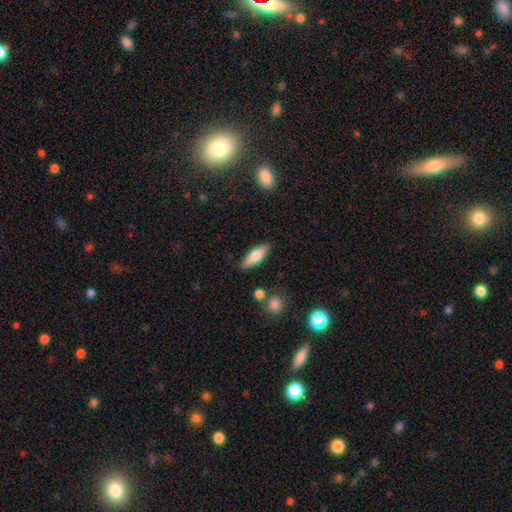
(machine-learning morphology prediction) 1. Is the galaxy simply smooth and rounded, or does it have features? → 68% smooth, 25% featured or disk, 6% star or artifact.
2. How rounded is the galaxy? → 55% in between, 43% cigar-shaped, 2% round.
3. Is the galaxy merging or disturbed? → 85% none, 10% minor disturbance, 2% merger, 2% major disturbance.